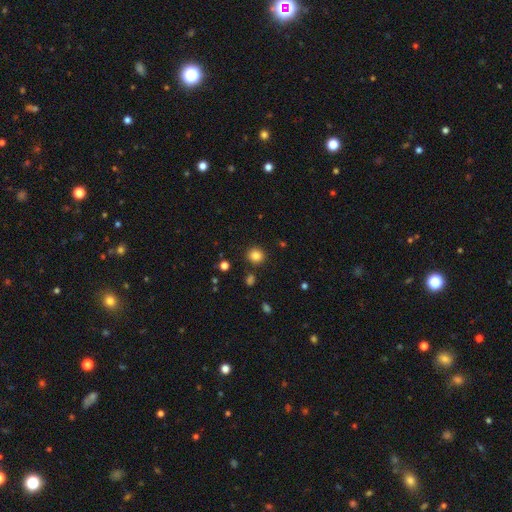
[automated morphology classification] Q: Smooth or featured?
A: smooth (83%); runner-up: star or artifact (12%)
Q: How rounded?
A: round (89%); runner-up: in between (10%)
Q: Merging?
A: none (88%); runner-up: minor disturbance (7%)